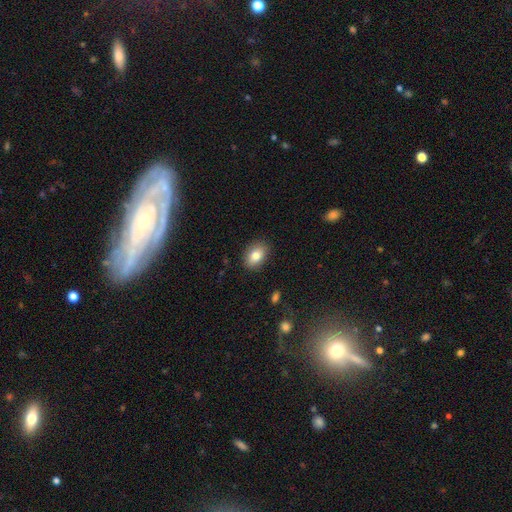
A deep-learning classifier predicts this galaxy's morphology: The model was most divided on "how rounded": in between: 84%, round: 15%, cigar-shaped: 1%. More confident: merging — none (87%); smooth or featured — smooth (81%).